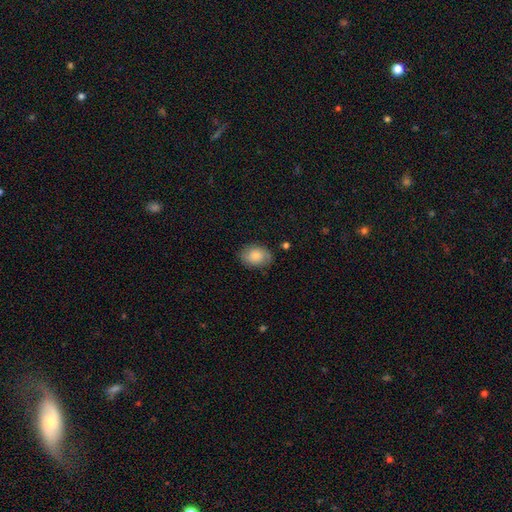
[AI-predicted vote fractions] Smooth or featured?
  - smooth: 74% *
  - featured or disk: 19%
  - star or artifact: 7%
How rounded?
  - in between: 76% *
  - round: 23%
  - cigar-shaped: 1%
Merging?
  - none: 77% *
  - minor disturbance: 17%
  - major disturbance: 4%
  - merger: 1%